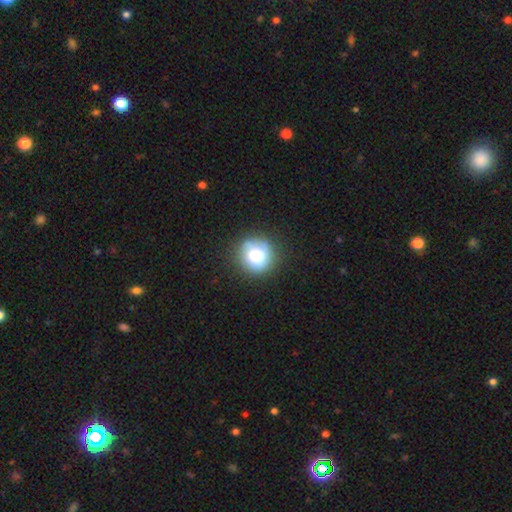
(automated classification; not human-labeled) smooth-or-featured: smooth: 77% | featured or disk: 13% | star or artifact: 9%
  how-rounded: round: 92% | in between: 7% | cigar-shaped: 1%
  merging: none: 81% | minor disturbance: 13% | major disturbance: 4% | merger: 1%